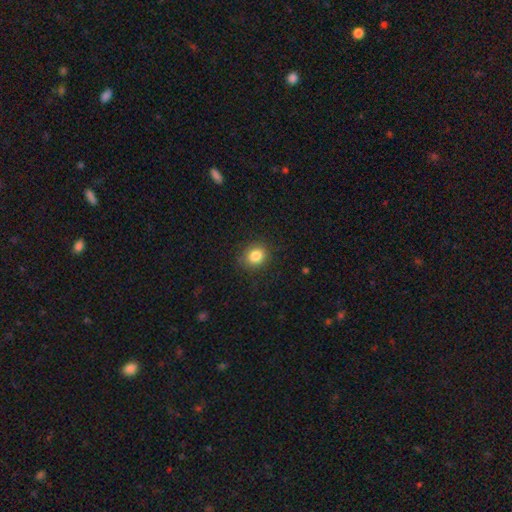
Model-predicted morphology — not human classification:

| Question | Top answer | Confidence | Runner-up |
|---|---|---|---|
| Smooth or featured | smooth | 84% | star or artifact (10%) |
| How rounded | round | 68% | in between (32%) |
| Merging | none | 86% | minor disturbance (10%) |